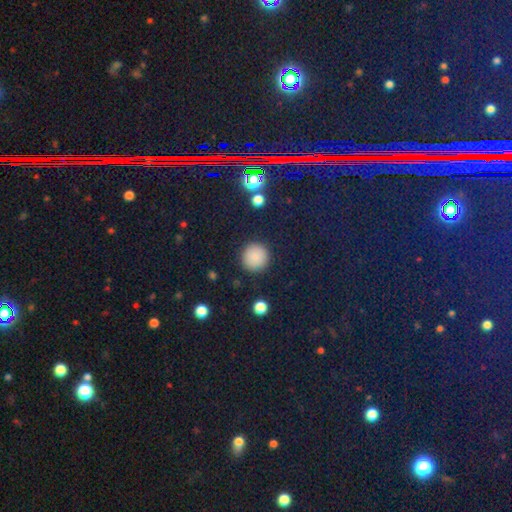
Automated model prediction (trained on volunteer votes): This is clearly a smooth galaxy (84%). How rounded: clearly round (96%). Merging: clearly none (90%).